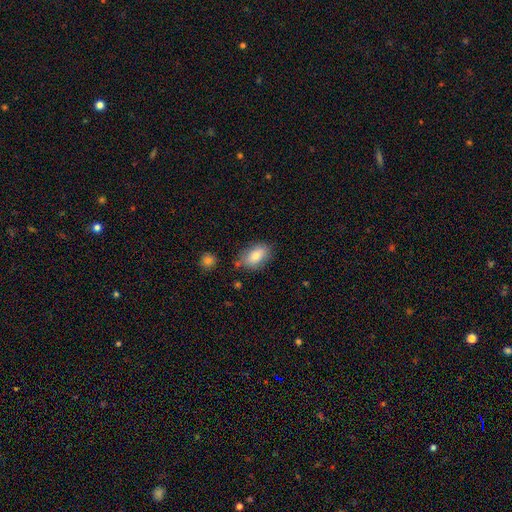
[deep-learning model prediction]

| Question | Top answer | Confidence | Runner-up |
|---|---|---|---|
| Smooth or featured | smooth | 80% | featured or disk (13%) |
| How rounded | in between | 90% | round (8%) |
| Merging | none | 74% | minor disturbance (17%) |